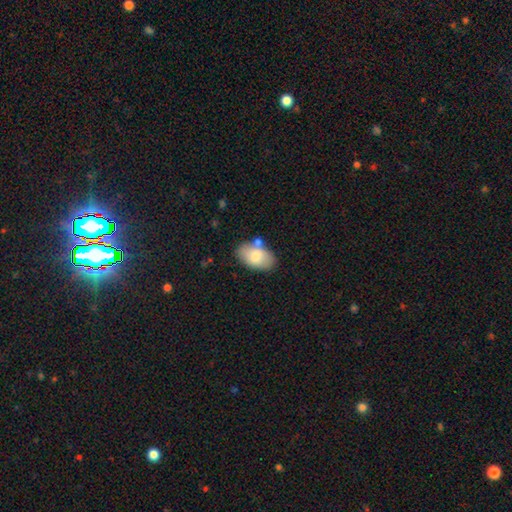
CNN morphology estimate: This is likely a smooth galaxy (75%). How rounded: clearly in between (93%). Merging: likely none (72%).